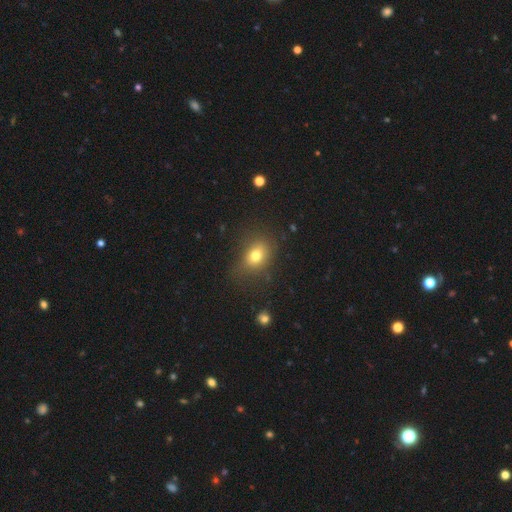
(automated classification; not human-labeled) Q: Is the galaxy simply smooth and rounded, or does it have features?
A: smooth — 76%.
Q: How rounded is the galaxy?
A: in between — 60%.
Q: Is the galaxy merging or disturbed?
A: none — 69%.